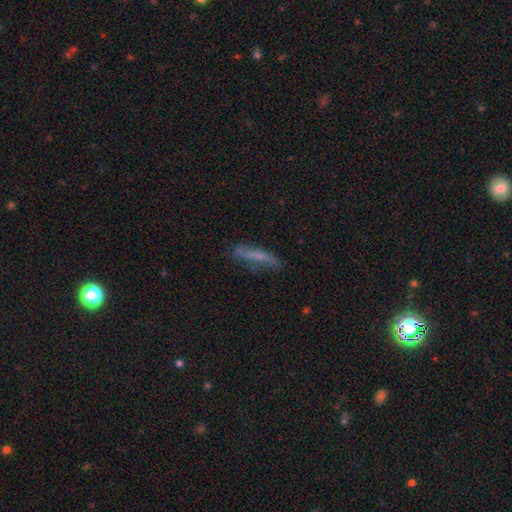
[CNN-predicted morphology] Overall: smooth (52%; featured or disk 38%). How rounded: cigar-shaped (84%). Merging: none (65%).